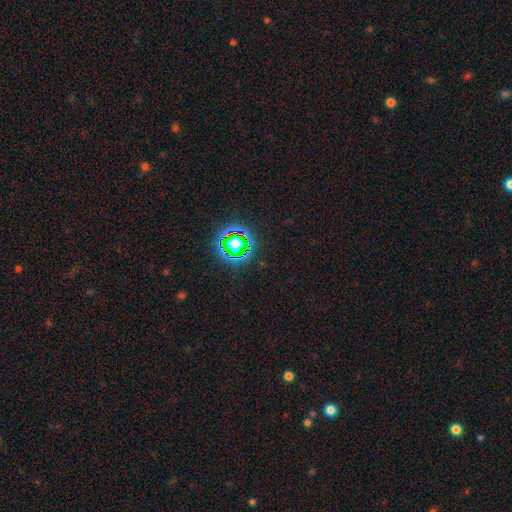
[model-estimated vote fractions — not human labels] Q: Smooth or featured?
A: star or artifact (80%); runner-up: smooth (14%)